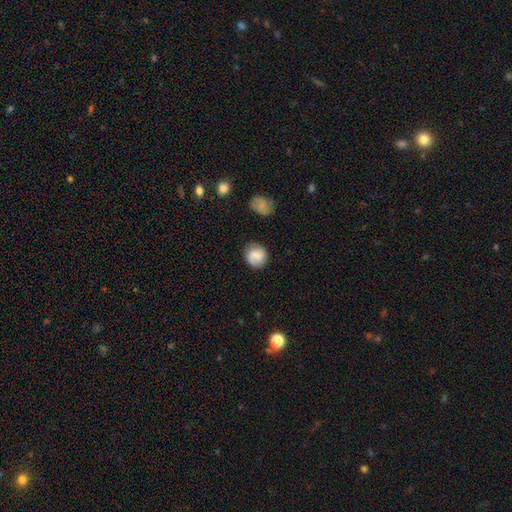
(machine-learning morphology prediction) smooth_or_featured: smooth (p=0.68) [alt: featured or disk p=0.24]
how_rounded: round (p=0.83) [alt: in between p=0.16]
merging: none (p=0.77) [alt: minor disturbance p=0.16]